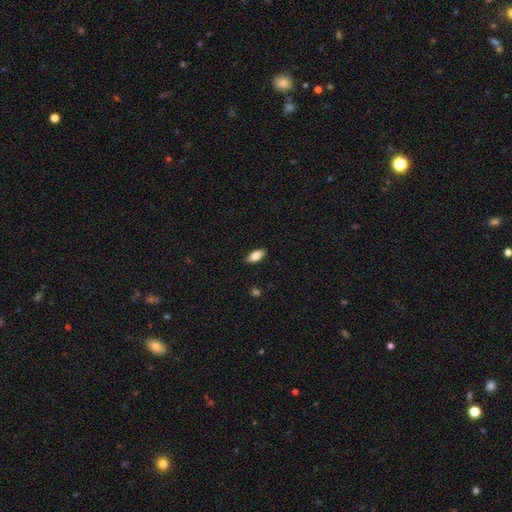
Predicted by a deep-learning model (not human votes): This appears to be a smooth galaxy with no disk features (87%) that is in between round and cigar-shaped (87%). Merging: none (87%).